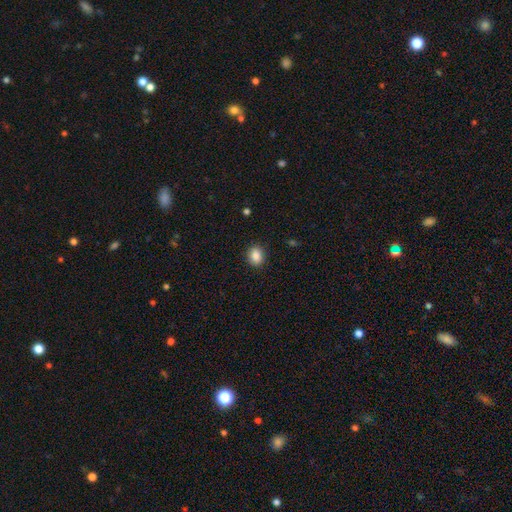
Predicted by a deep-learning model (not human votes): smooth_or_featured: smooth (p=0.87) [alt: star or artifact p=0.09]
how_rounded: round (p=0.51) [alt: in between p=0.48]
merging: none (p=0.89) [alt: minor disturbance p=0.08]